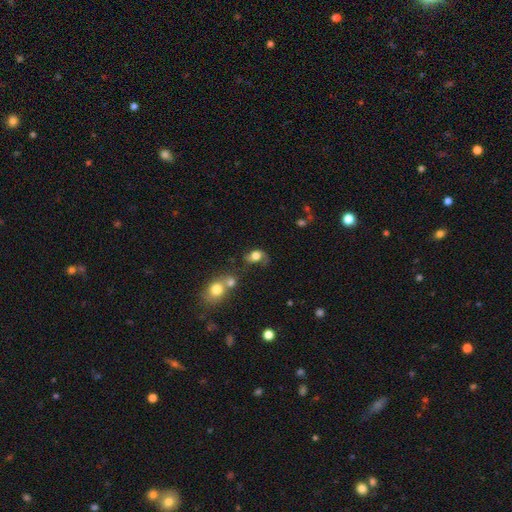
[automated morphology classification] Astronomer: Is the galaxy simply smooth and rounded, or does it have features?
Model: smooth — 53% (runner-up: featured or disk, 36%).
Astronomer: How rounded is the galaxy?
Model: in between — 66%.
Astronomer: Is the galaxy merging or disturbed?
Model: none — 39% (runner-up: minor disturbance, 25%).